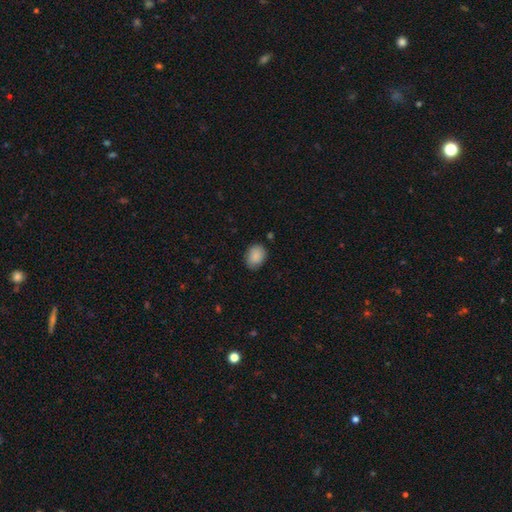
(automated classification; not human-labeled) Smooth or featured? smooth (89%)
How rounded? in between (65%)
Merging? none (82%)